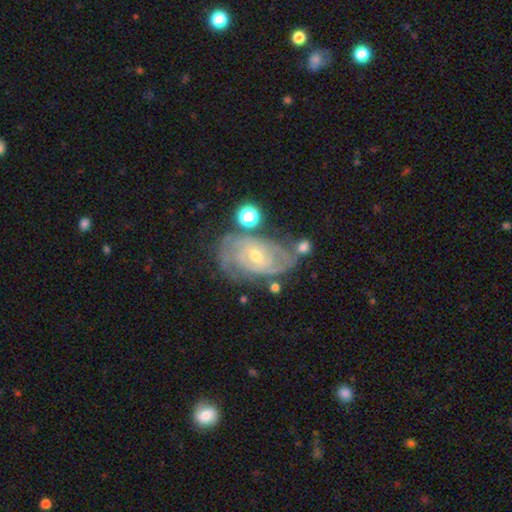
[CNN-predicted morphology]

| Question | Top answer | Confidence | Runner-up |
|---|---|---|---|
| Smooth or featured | featured or disk | 88% | smooth (6%) |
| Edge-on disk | no | 97% | yes (3%) |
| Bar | no | 58% | weak (32%) |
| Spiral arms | yes | 96% | no (4%) |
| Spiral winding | tight | 70% | medium (25%) |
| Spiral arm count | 2 | 47% | can't tell (23%) |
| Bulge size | small | 57% | moderate (40%) |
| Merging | none | 61% | minor disturbance (21%) |